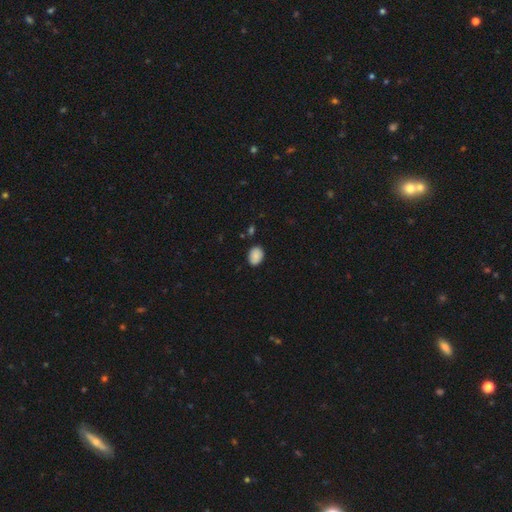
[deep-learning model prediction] A smooth galaxy with no disk features (86%) that is in between round and cigar-shaped (69%).

Vote fractions:
- Smooth or featured? smooth: 86% / star or artifact: 8% / featured or disk: 6%
- How rounded? in between: 69% / round: 30% / cigar-shaped: 1%
- Merging? none: 83% / minor disturbance: 13% / major disturbance: 2% / merger: 2%